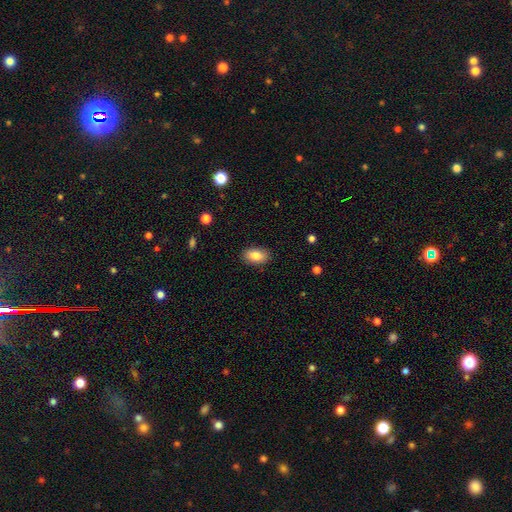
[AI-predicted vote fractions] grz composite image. It shows a smooth galaxy with no disk features (84%) that is in between round and cigar-shaped (91%). Merging: none (89%).